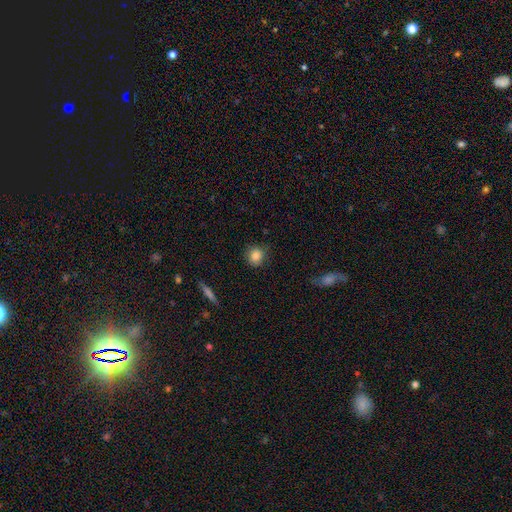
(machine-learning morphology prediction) Smooth or featured? Predicted: smooth (p=0.84). How rounded? Predicted: round (p=0.87). Merging? Predicted: none (p=0.82).